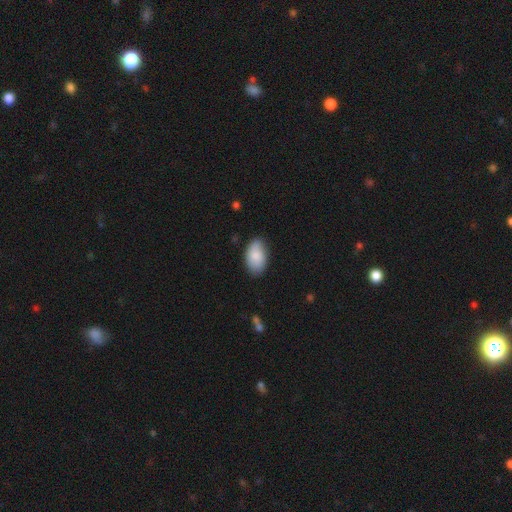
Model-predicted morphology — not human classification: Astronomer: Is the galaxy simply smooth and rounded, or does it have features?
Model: smooth — 86%.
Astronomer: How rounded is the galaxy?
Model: in between — 94%.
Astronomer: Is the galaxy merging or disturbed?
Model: none — 79%.